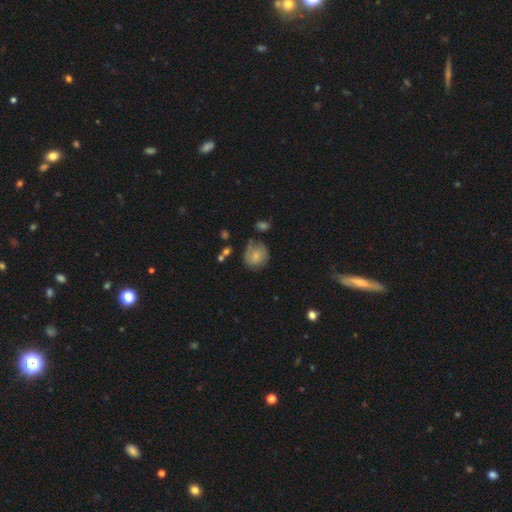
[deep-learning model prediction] Smooth or featured: smooth — 66% (featured or disk — 25%)
How rounded: round — 76% (in between — 23%)
Merging: none — 57% (minor disturbance — 27%)